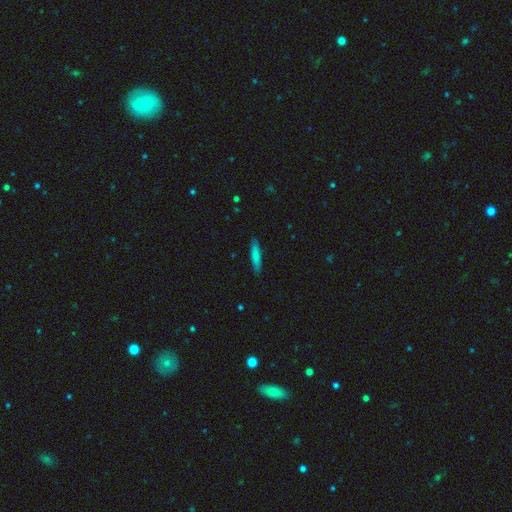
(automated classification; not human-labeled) smooth 73%, featured or disk 21%, star or artifact 6%. Down the decision tree: how rounded — cigar-shaped (88%); merging — none (90%).